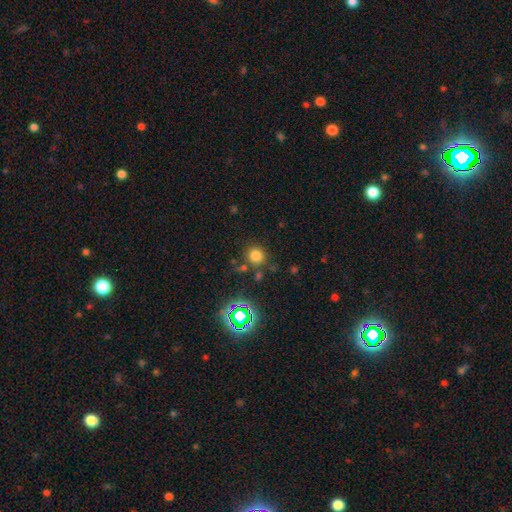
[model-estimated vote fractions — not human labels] smooth_or_featured: smooth (p=0.73) [alt: star or artifact p=0.21]
how_rounded: round (p=0.88) [alt: in between p=0.11]
merging: none (p=0.79) [alt: minor disturbance p=0.10]